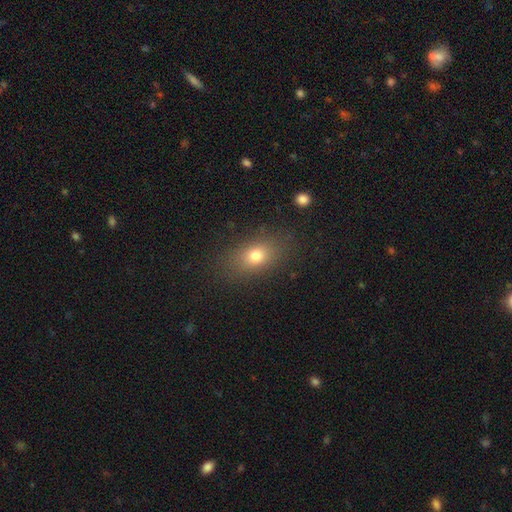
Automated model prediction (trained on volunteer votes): A smooth galaxy with no disk features (74%) that is in between round and cigar-shaped (70%). Merging: none (83%).